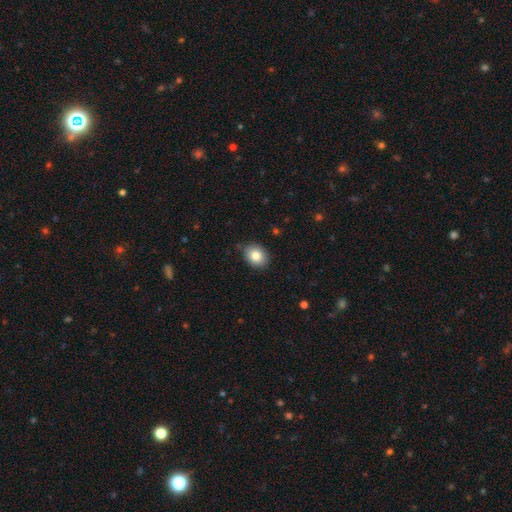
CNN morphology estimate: Smooth or featured: smooth — 82% (featured or disk — 9%)
How rounded: in between — 54% (round — 45%)
Merging: none — 83% (minor disturbance — 13%)